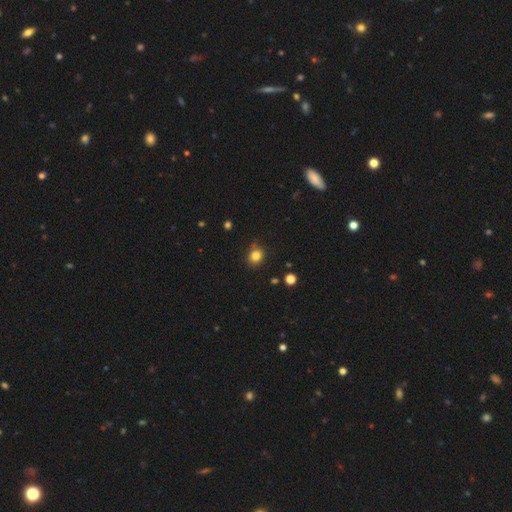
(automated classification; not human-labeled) Smooth or featured? Predicted: smooth (p=0.82). How rounded? Predicted: round (p=0.74). Merging? Predicted: none (p=0.77).